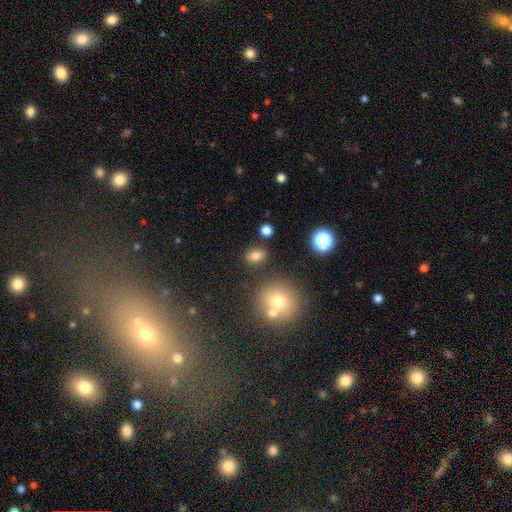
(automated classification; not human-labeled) A smooth galaxy with no disk features (77%) that is in between round and cigar-shaped (70%).

Vote fractions:
- Smooth or featured? smooth: 77% / star or artifact: 14% / featured or disk: 9%
- How rounded? in between: 70% / round: 28% / cigar-shaped: 2%
- Merging? none: 80% / minor disturbance: 10% / merger: 6% / major disturbance: 3%